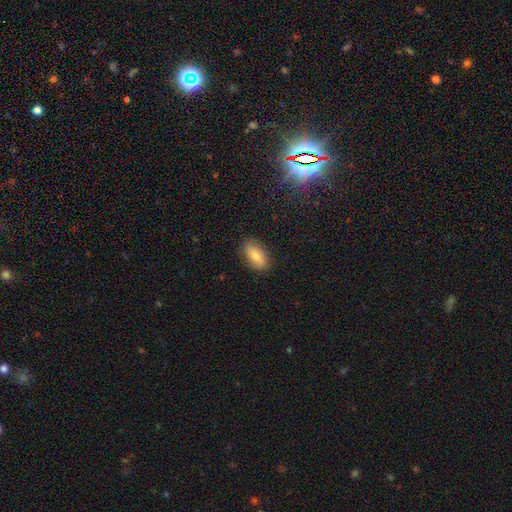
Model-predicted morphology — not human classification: This is likely a smooth galaxy (74%). How rounded: clearly in between (88%). Merging: clearly none (86%).